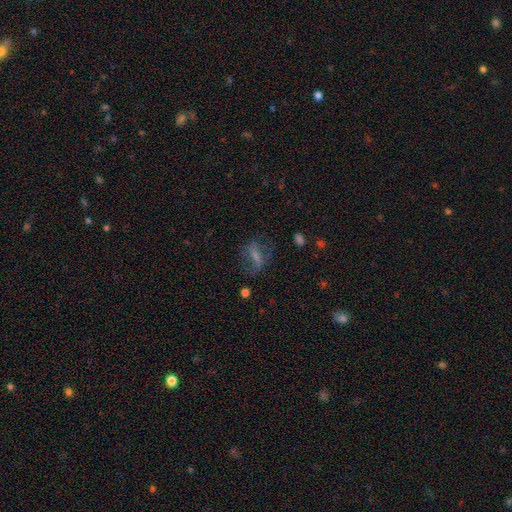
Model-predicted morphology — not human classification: type=featured or disk (48%); merging=none (61%).